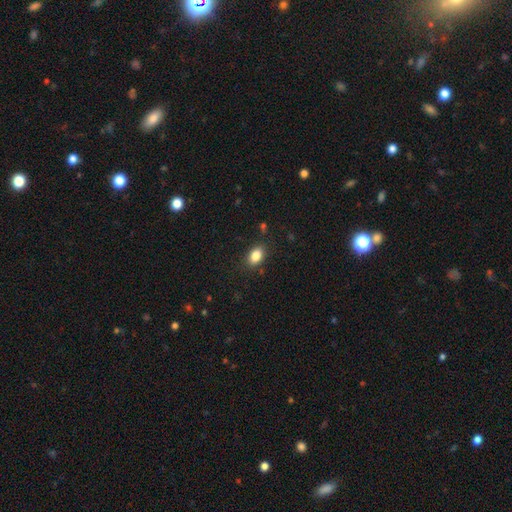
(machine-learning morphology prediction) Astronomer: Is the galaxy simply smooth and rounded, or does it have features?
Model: smooth — 85%.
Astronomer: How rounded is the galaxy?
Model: in between — 83%.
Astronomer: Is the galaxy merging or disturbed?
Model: none — 84%.